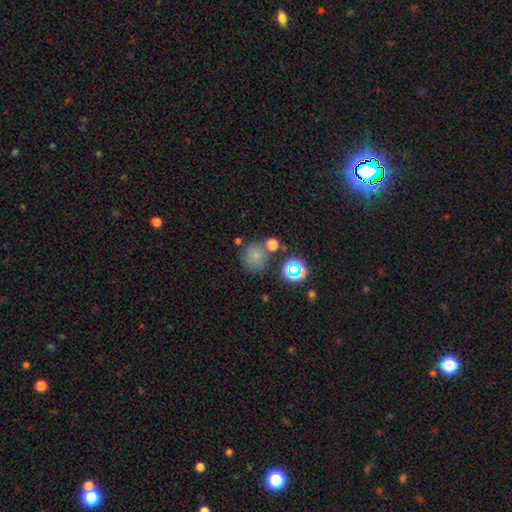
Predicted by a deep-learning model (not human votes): This appears to be a smooth galaxy with no disk features (69%) that is round (89%). Merging: none (66%).